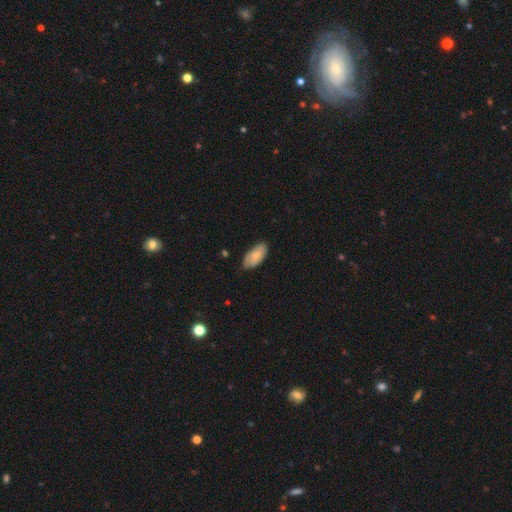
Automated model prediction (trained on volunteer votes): A smooth galaxy with no disk features (77%) that is in between round and cigar-shaped (93%).

Vote fractions:
- Smooth or featured? smooth: 77% / featured or disk: 17% / star or artifact: 6%
- How rounded? in between: 93% / cigar-shaped: 5% / round: 2%
- Merging? none: 72% / minor disturbance: 24% / major disturbance: 3% / merger: 1%